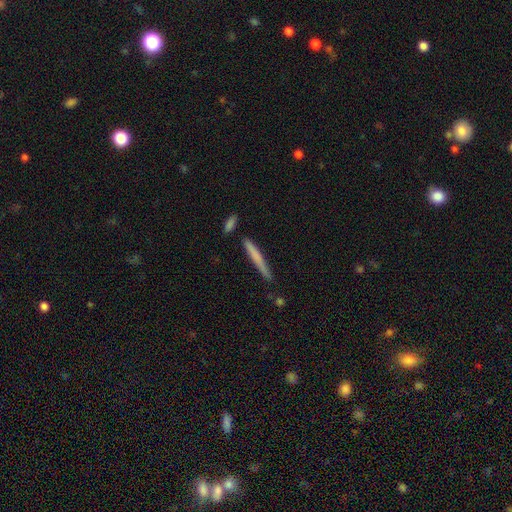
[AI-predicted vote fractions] Q: Smooth or featured?
A: smooth (65%); runner-up: featured or disk (29%)
Q: How rounded?
A: cigar-shaped (96%); runner-up: in between (3%)
Q: Merging?
A: none (78%); runner-up: minor disturbance (15%)